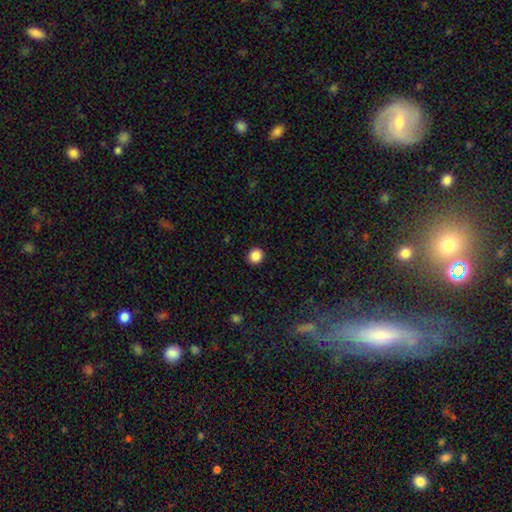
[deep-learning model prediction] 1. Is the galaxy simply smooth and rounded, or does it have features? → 88% smooth, 10% star or artifact, 3% featured or disk.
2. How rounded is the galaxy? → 86% round, 13% in between, 1% cigar-shaped.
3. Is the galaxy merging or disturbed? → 92% none, 5% minor disturbance, 2% major disturbance, 1% merger.